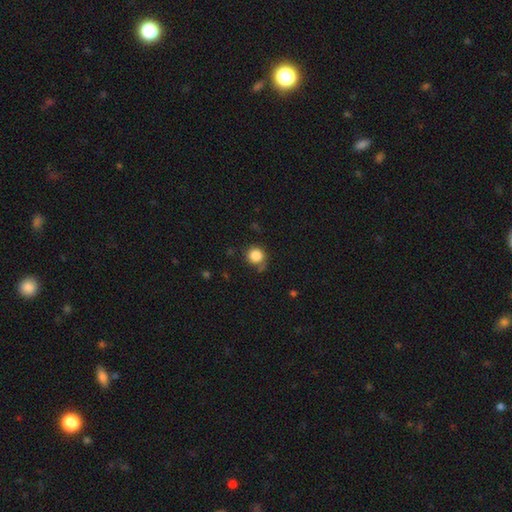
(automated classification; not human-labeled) Smooth or featured: smooth — 85% (star or artifact — 10%)
How rounded: round — 91% (in between — 8%)
Merging: none — 72% (minor disturbance — 17%)